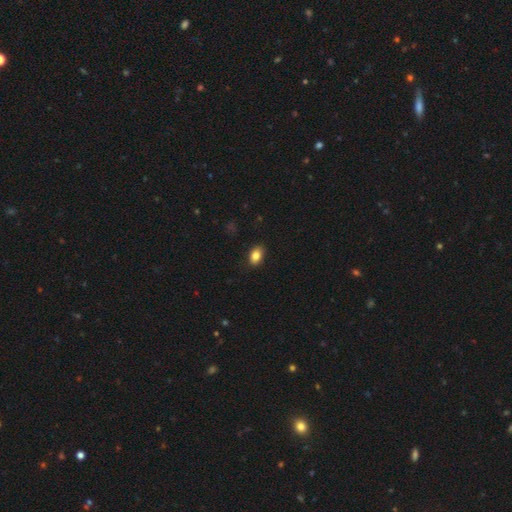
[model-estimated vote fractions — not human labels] Smooth or featured?
  - smooth: 84% *
  - star or artifact: 9%
  - featured or disk: 7%
How rounded?
  - in between: 82% *
  - round: 16%
  - cigar-shaped: 2%
Merging?
  - none: 87% *
  - minor disturbance: 10%
  - major disturbance: 2%
  - merger: 1%